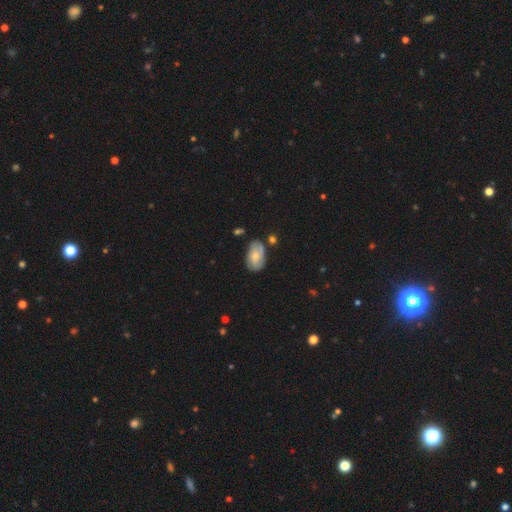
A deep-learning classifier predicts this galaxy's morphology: Smooth or featured: smooth — 52% (featured or disk — 41%)
How rounded: in between — 91% (round — 7%)
Merging: none — 62% (minor disturbance — 25%)